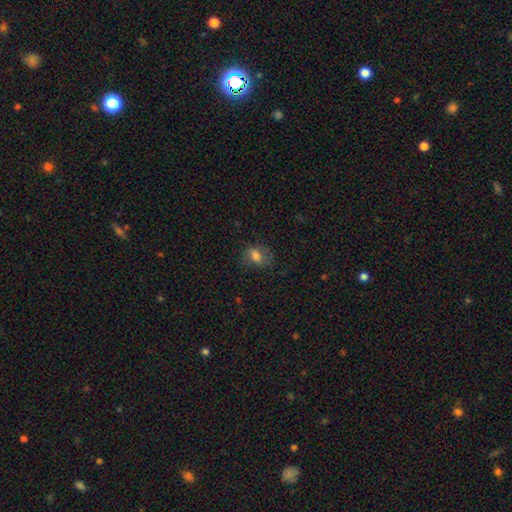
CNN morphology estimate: smooth-or-featured: smooth: 71% | featured or disk: 17% | star or artifact: 12%
  how-rounded: in between: 71% | round: 27% | cigar-shaped: 2%
  merging: none: 66% | minor disturbance: 22% | major disturbance: 11% | merger: 1%